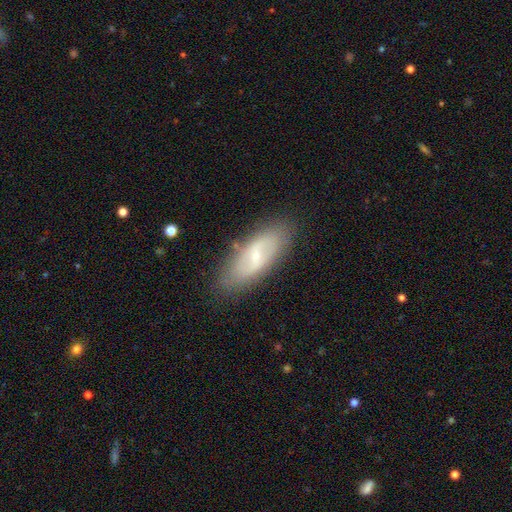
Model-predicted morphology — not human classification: Smooth or featured? featured or disk (56%)
Edge-on disk? no (84%)
Merging? none (82%)